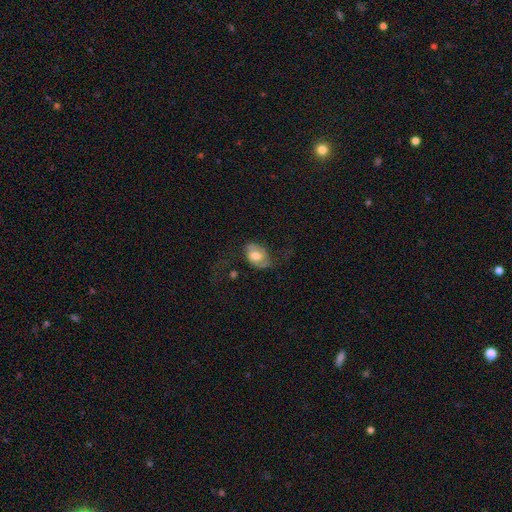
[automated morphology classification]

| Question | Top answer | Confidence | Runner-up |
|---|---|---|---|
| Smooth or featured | featured or disk | 48% | smooth (45%) |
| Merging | none | 50% | major disturbance (25%) |